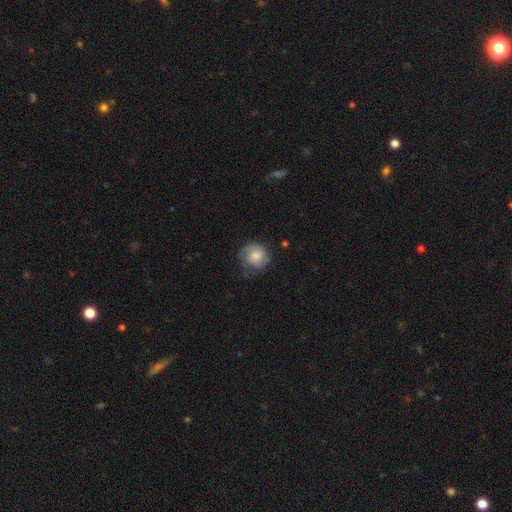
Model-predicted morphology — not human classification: Smooth or featured: smooth — 68% (featured or disk — 24%)
How rounded: round — 84% (in between — 15%)
Merging: none — 59% (minor disturbance — 27%)